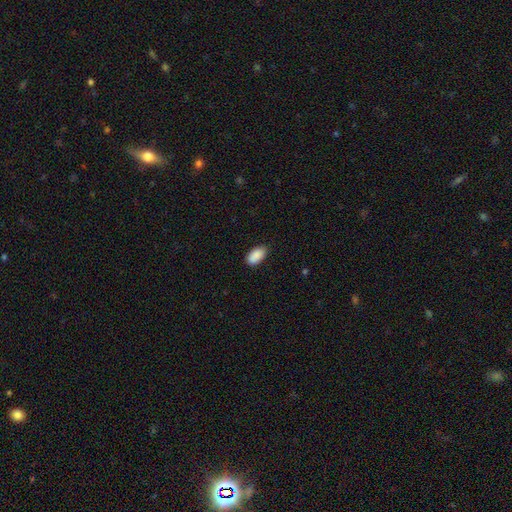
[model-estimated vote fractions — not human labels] Smooth or featured? smooth (89%)
How rounded? in between (95%)
Merging? none (82%)